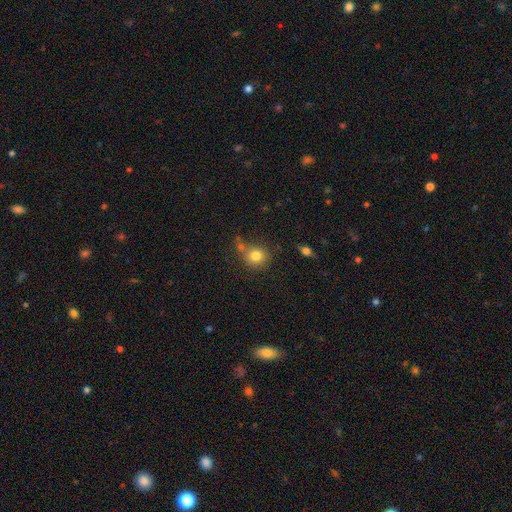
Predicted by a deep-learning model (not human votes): Smooth or featured? Predicted: smooth (p=0.80). How rounded? Predicted: round (p=0.84). Merging? Predicted: none (p=0.68).